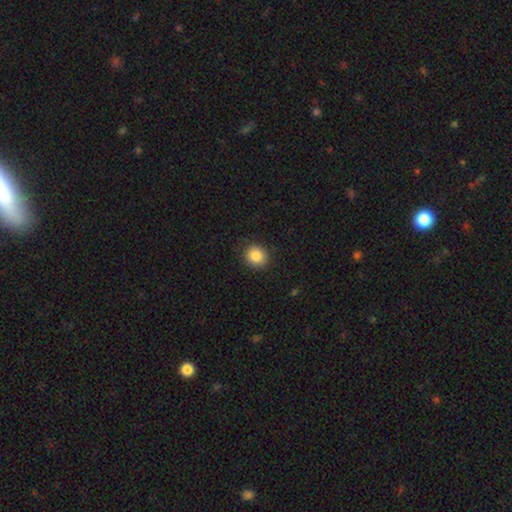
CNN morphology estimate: Overall: smooth (86%). How rounded: round (84%). Merging: none (87%).